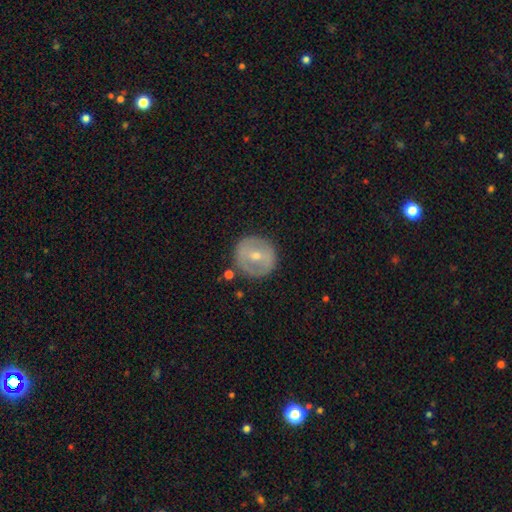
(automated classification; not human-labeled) Smooth or featured? Predicted: featured or disk (p=0.53). Edge-on disk? Predicted: no (p=0.94). Merging? Predicted: none (p=0.84).